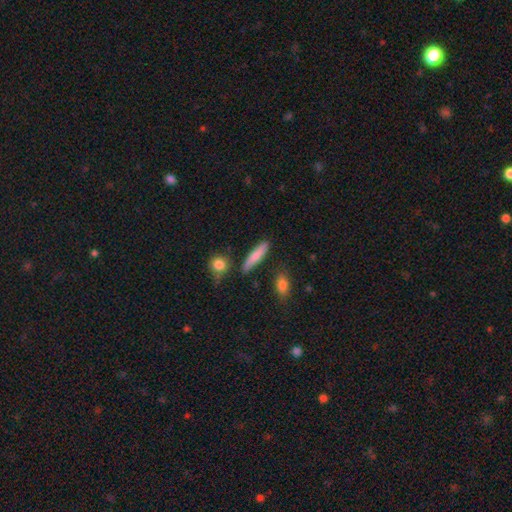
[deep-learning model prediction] Smooth or featured?
  - smooth: 74% *
  - featured or disk: 20%
  - star or artifact: 7%
How rounded?
  - cigar-shaped: 78% *
  - in between: 19%
  - round: 3%
Merging?
  - none: 81% *
  - minor disturbance: 12%
  - merger: 4%
  - major disturbance: 3%